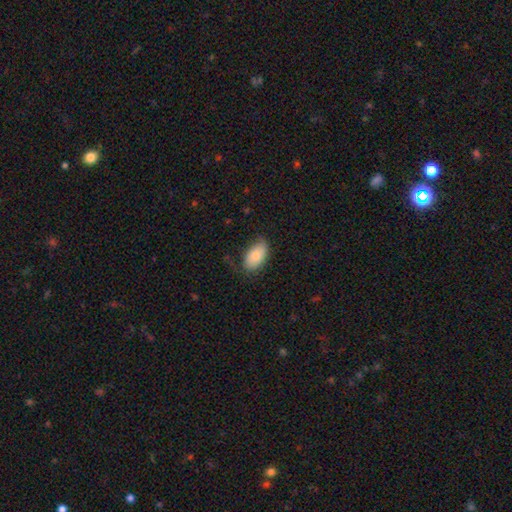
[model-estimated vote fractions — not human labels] Smooth or featured? Predicted: smooth (p=0.84). How rounded? Predicted: in between (p=0.95). Merging? Predicted: none (p=0.69).